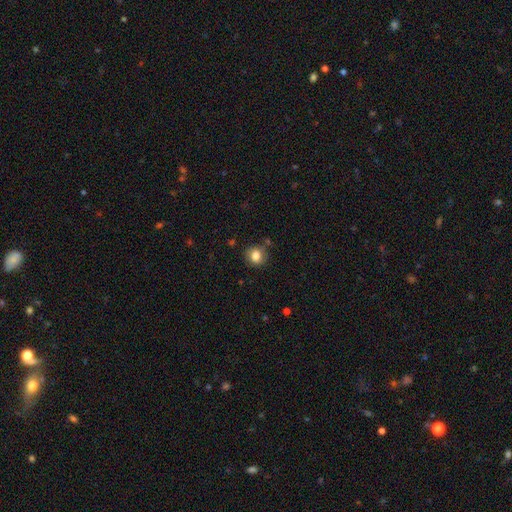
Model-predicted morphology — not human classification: Smooth or featured?
  - smooth: 82% *
  - star or artifact: 10%
  - featured or disk: 8%
How rounded?
  - round: 77% *
  - in between: 22%
  - cigar-shaped: 1%
Merging?
  - none: 80% *
  - minor disturbance: 13%
  - major disturbance: 3%
  - merger: 3%